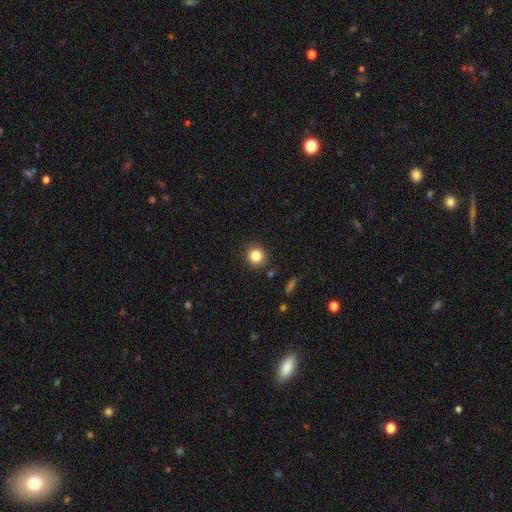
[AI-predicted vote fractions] Smooth or featured? smooth (84%)
How rounded? round (93%)
Merging? none (89%)